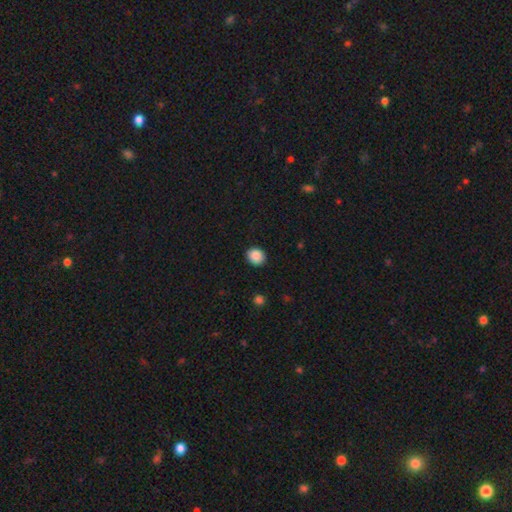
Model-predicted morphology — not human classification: smooth 88%, star or artifact 9%, featured or disk 3%. Down the decision tree: how rounded — round (73%); merging — none (90%).